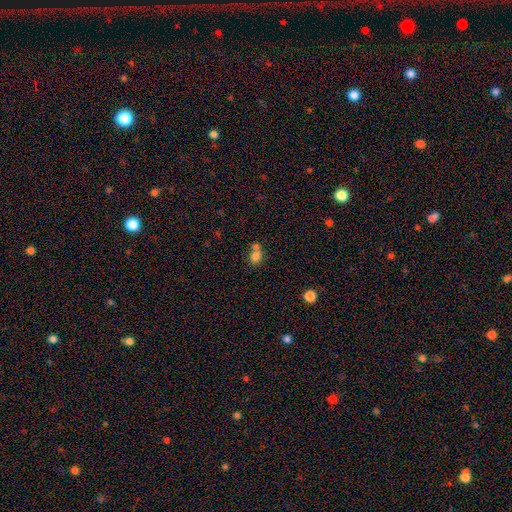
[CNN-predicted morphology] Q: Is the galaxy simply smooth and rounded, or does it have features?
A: smooth — 77%.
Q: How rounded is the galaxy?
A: round — 64%.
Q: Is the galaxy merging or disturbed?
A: merger — 51%.